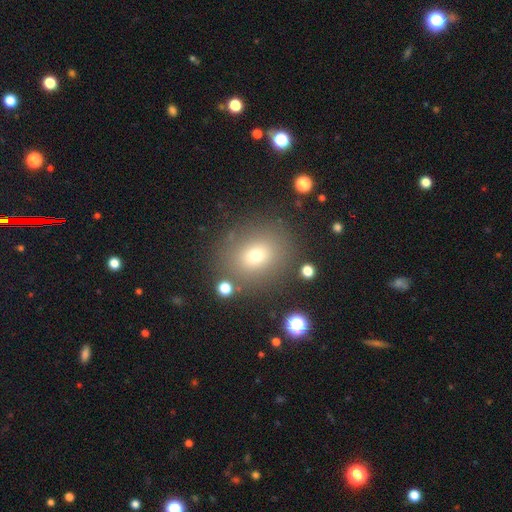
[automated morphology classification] smooth_or_featured: smooth (p=0.69) [alt: star or artifact p=0.18]
how_rounded: round (p=0.67) [alt: in between p=0.32]
merging: none (p=0.81) [alt: minor disturbance p=0.10]